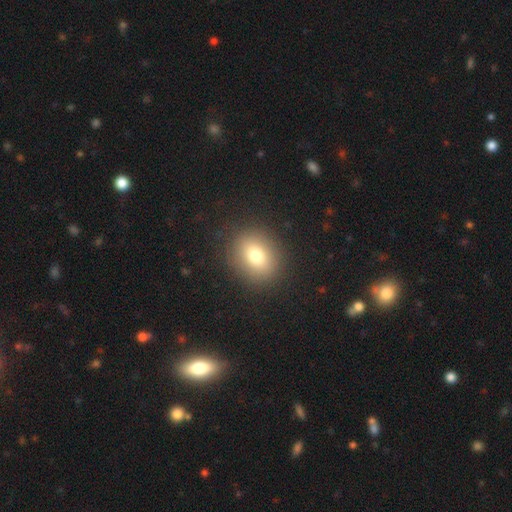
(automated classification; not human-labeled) Smooth or featured?
  - smooth: 78% *
  - star or artifact: 11%
  - featured or disk: 11%
How rounded?
  - round: 58% *
  - in between: 41%
  - cigar-shaped: 1%
Merging?
  - none: 88% *
  - minor disturbance: 8%
  - major disturbance: 3%
  - merger: 1%